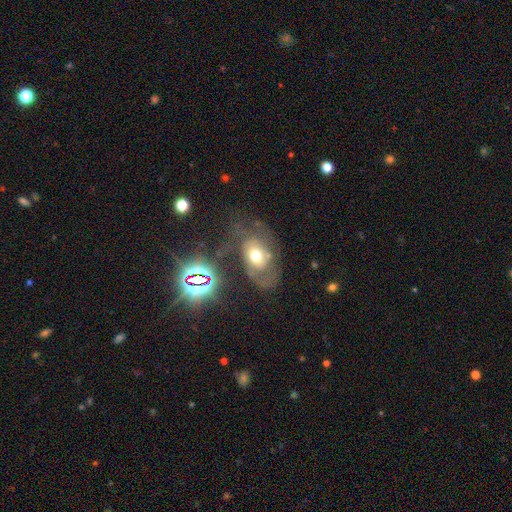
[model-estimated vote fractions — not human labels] Smooth or featured: featured or disk — 49% (smooth — 36%)
Merging: none — 37% (major disturbance — 35%)